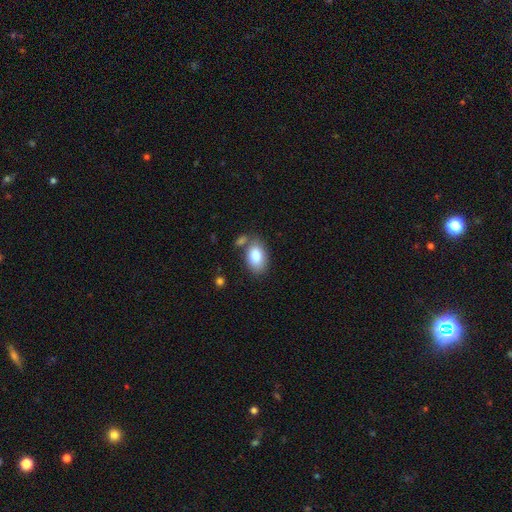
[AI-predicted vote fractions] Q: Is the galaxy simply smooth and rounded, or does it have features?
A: smooth — 84%.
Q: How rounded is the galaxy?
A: in between — 91%.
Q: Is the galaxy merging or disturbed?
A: none — 64%.